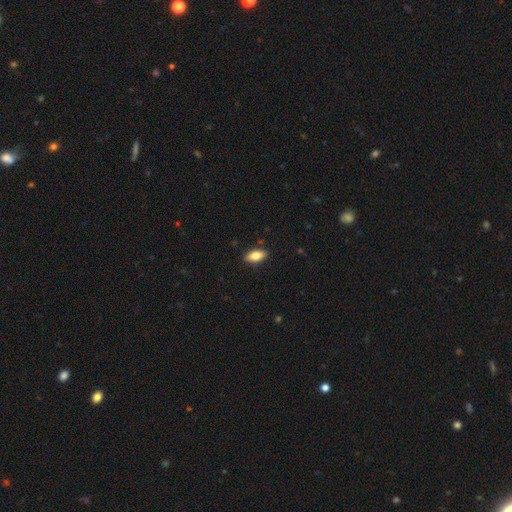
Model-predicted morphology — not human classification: A smooth galaxy with no disk features (79%) that is in between round and cigar-shaped (87%). Merging: none (87%).